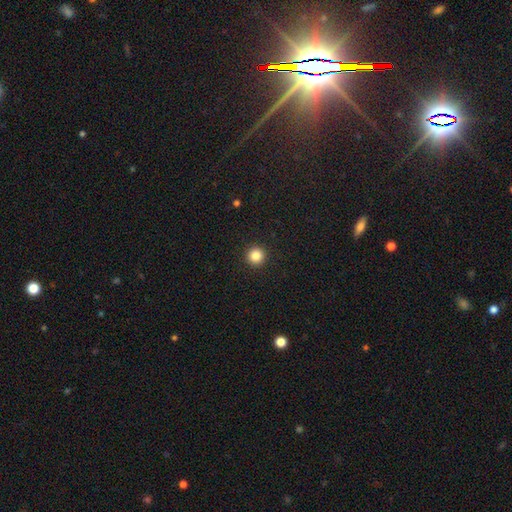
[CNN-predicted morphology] Smooth or featured: smooth — 85% (star or artifact — 11%)
How rounded: round — 96% (in between — 3%)
Merging: none — 94% (minor disturbance — 4%)